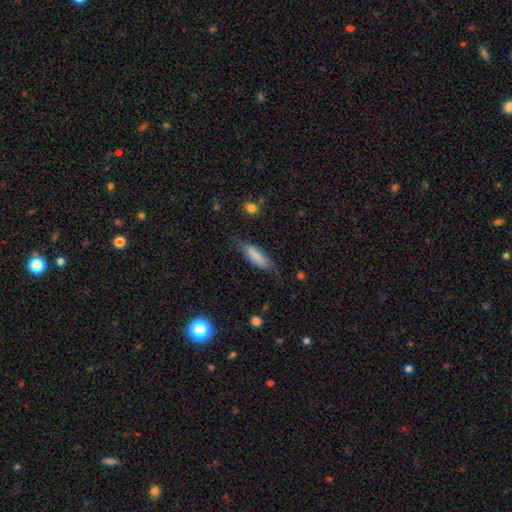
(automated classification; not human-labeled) smooth_or_featured: smooth (p=0.74) [alt: featured or disk p=0.19]
how_rounded: in between (p=0.51) [alt: cigar-shaped p=0.47]
merging: none (p=0.63) [alt: minor disturbance p=0.26]